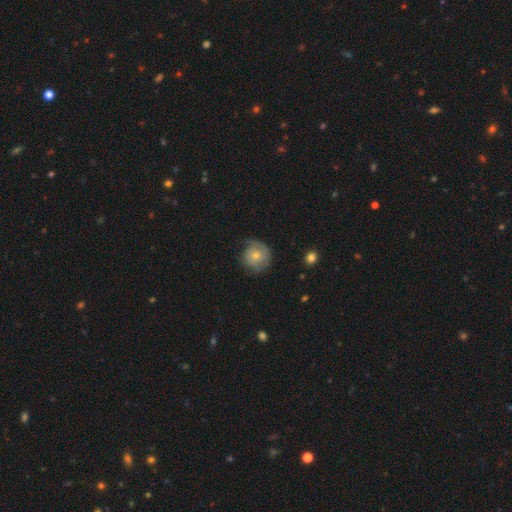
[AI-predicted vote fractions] smooth_or_featured: featured or disk (p=0.49) [alt: smooth p=0.44]
merging: none (p=0.64) [alt: minor disturbance p=0.25]